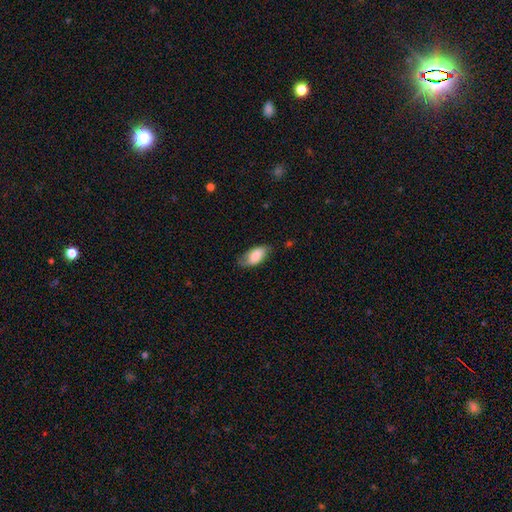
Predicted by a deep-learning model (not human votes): A smooth galaxy with no disk features (78%) that is in between round and cigar-shaped (92%). Merging: none (64%).